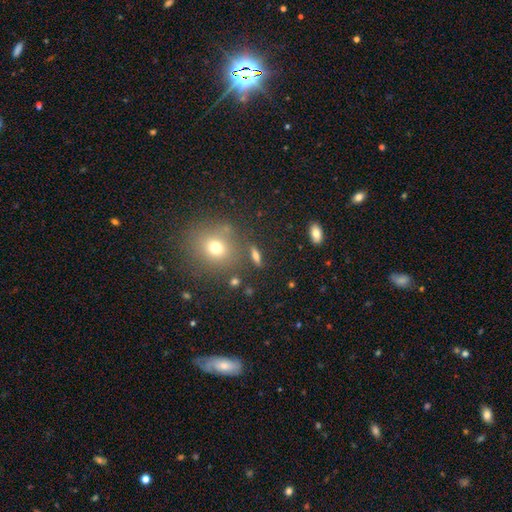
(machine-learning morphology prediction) type=smooth (61%); roundness=in between (42%); merging=none (77%).